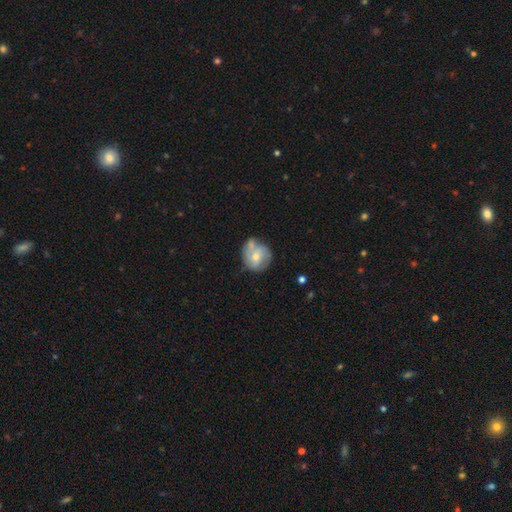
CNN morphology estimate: A featured or disk galaxy (53%) with no bar (62%), spiral arms (66%) and a moderate central bulge (52%).

Vote fractions:
- Smooth or featured? featured or disk: 53% / smooth: 39% / star or artifact: 7%
- Edge-on disk? no: 97% / yes: 3%
- Bar? no: 62% / weak: 31% / strong: 7%
- Spiral arms? yes: 66% / no: 34%
- Bulge size? moderate: 52% / small: 44% / large: 2% / none: 1% / dominant: 1%
- Merging? none: 49% / minor disturbance: 26% / merger: 16% / major disturbance: 9%